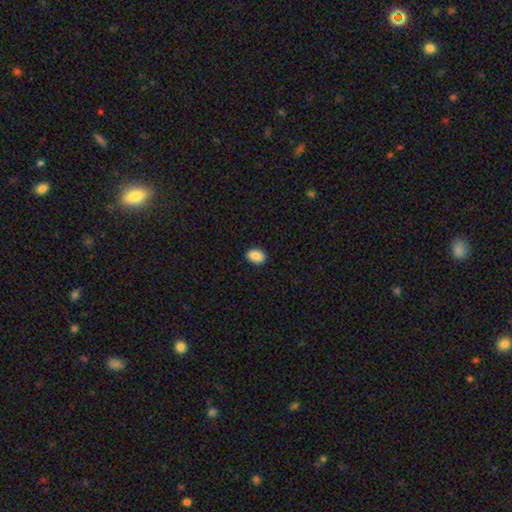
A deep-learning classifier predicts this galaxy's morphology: Smooth or featured? smooth (89%)
How rounded? in between (76%)
Merging? none (88%)